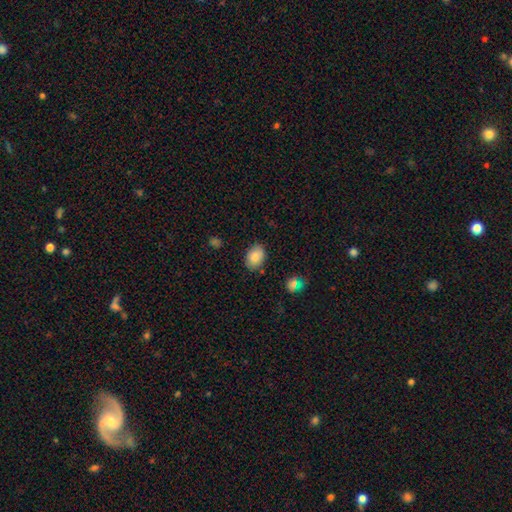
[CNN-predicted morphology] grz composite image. It shows a smooth galaxy with no disk features (84%) that is in between round and cigar-shaped (77%). Merging: none (82%).